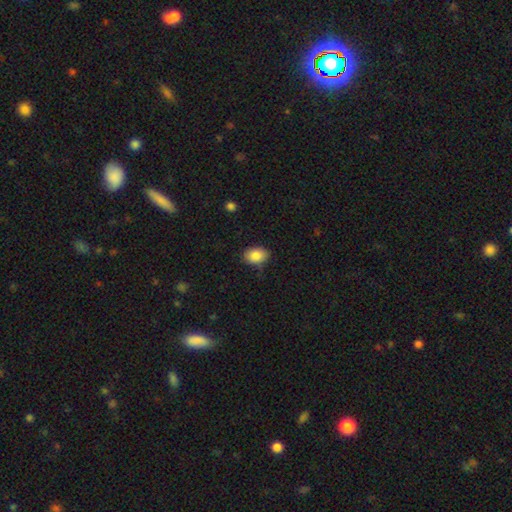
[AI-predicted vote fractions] Smooth or featured: smooth — 85% (star or artifact — 8%)
How rounded: in between — 80% (round — 19%)
Merging: none — 80% (minor disturbance — 16%)